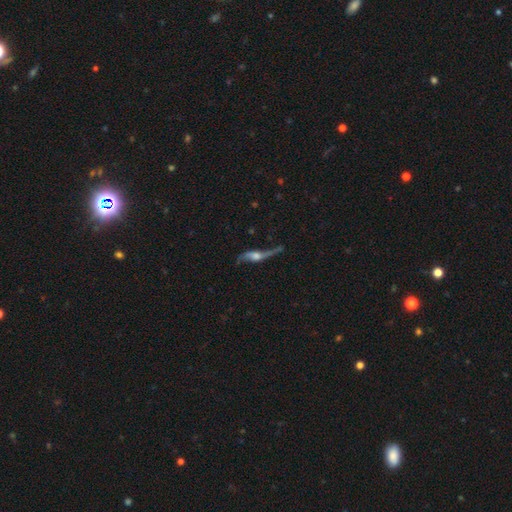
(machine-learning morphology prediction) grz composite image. It shows a featured or disk galaxy (76%). Merging: none (51%).